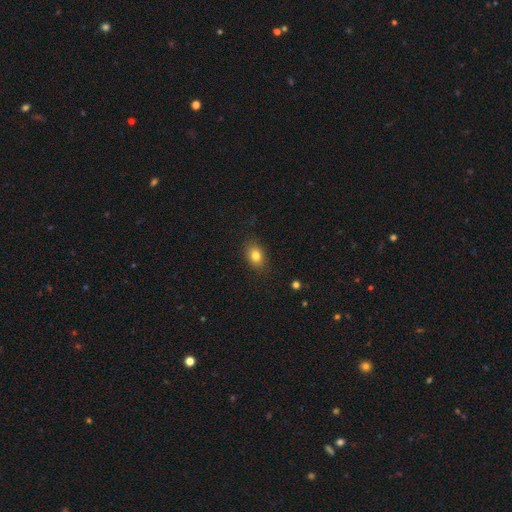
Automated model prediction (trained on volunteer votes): The model was most divided on "how rounded": in between: 70%, round: 29%, cigar-shaped: 1%. More confident: merging — none (86%); smooth or featured — smooth (81%).